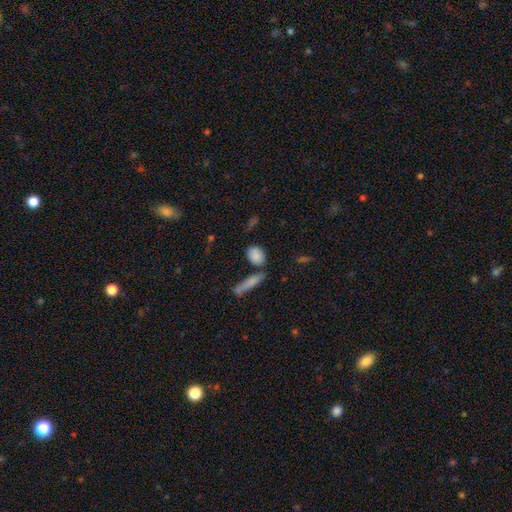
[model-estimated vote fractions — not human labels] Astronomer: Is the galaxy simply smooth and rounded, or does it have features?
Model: smooth — 83%.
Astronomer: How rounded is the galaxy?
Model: in between — 72%.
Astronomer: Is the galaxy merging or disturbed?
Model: none — 69%.